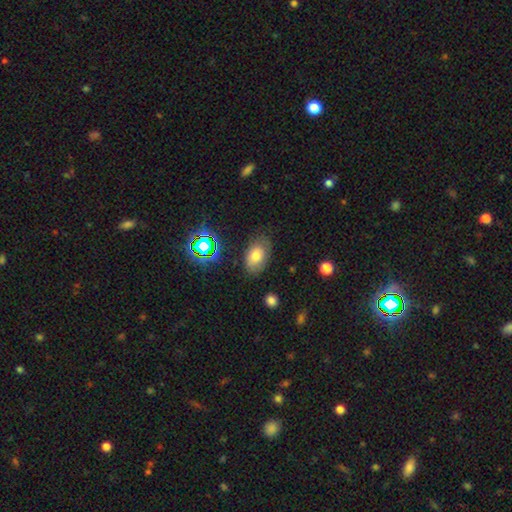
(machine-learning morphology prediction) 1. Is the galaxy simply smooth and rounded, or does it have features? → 70% smooth, 17% featured or disk, 14% star or artifact.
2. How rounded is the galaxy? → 90% in between, 8% round, 1% cigar-shaped.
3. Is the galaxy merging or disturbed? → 73% none, 20% minor disturbance, 5% major disturbance, 2% merger.